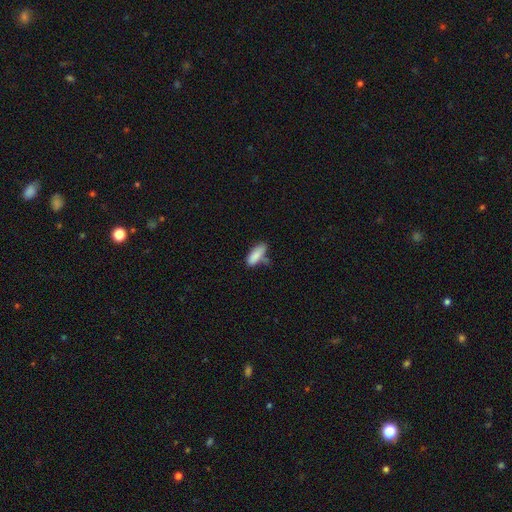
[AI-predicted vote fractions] This is clearly a smooth galaxy (85%). How rounded: likely in between (71%). Merging: possibly none (49%).